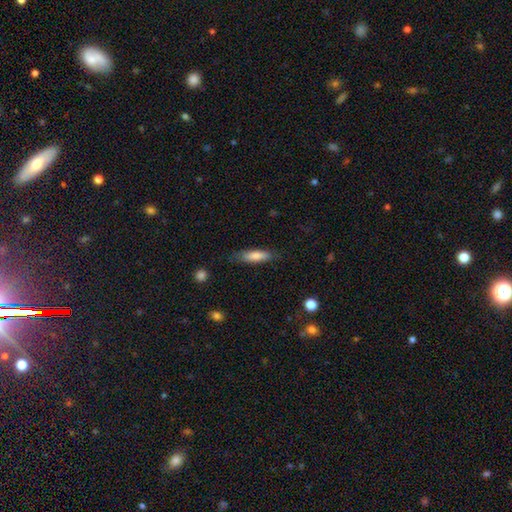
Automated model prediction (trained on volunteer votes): Smooth or featured?
  - smooth: 75% *
  - featured or disk: 18%
  - star or artifact: 6%
How rounded?
  - cigar-shaped: 60% *
  - in between: 38%
  - round: 2%
Merging?
  - none: 79% *
  - minor disturbance: 16%
  - major disturbance: 4%
  - merger: 1%